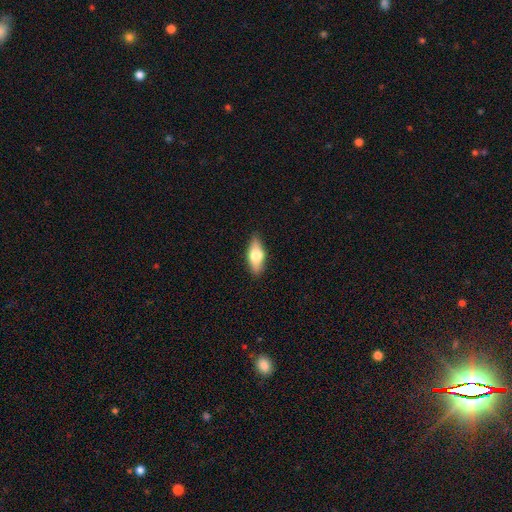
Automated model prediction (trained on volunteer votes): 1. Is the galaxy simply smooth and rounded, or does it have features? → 65% smooth, 29% featured or disk, 7% star or artifact.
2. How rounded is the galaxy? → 75% in between, 21% cigar-shaped, 3% round.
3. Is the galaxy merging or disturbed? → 86% none, 11% minor disturbance, 2% major disturbance, 1% merger.